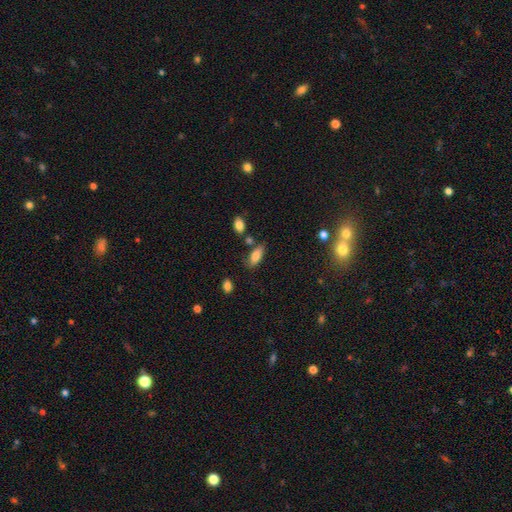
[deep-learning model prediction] Morphology: type=smooth (80%); roundness=in between (78%); merging=none (69%).